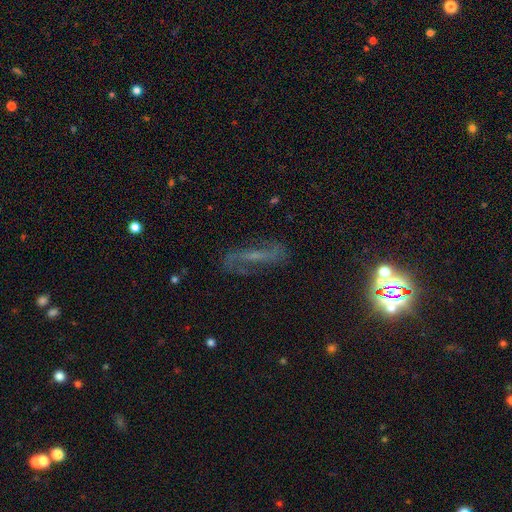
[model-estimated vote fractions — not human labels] A featured or disk galaxy (61%).

Vote fractions:
- Smooth or featured? featured or disk: 61% / star or artifact: 22% / smooth: 17%
- Edge-on disk? no: 80% / yes: 20%
- Merging? none: 71% / minor disturbance: 17% / major disturbance: 10% / merger: 3%